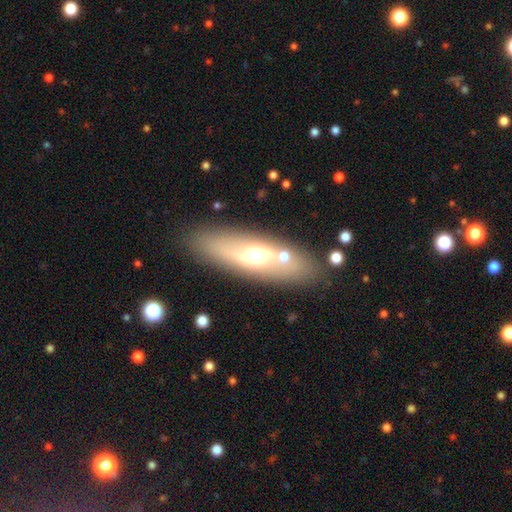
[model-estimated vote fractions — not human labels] Q: Smooth or featured?
A: smooth (47%); runner-up: featured or disk (45%)
Q: Merging?
A: none (78%); runner-up: minor disturbance (11%)